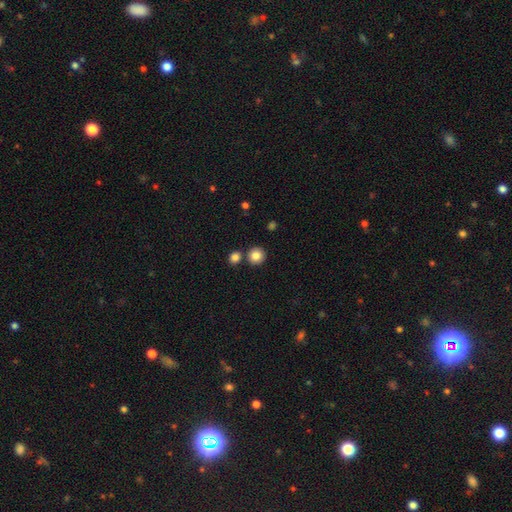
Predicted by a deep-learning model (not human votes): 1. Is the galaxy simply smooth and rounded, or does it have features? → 85% smooth, 9% star or artifact, 5% featured or disk.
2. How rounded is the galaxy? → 91% round, 8% in between, 1% cigar-shaped.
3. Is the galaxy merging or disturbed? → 78% none, 13% merger, 7% minor disturbance, 2% major disturbance.